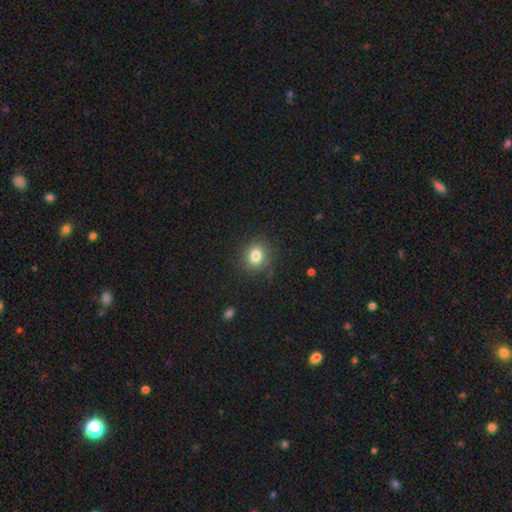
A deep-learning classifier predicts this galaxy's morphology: smooth_or_featured: smooth (p=0.82) [alt: star or artifact p=0.11]
how_rounded: round (p=0.76) [alt: in between p=0.23]
merging: none (p=0.83) [alt: minor disturbance p=0.12]